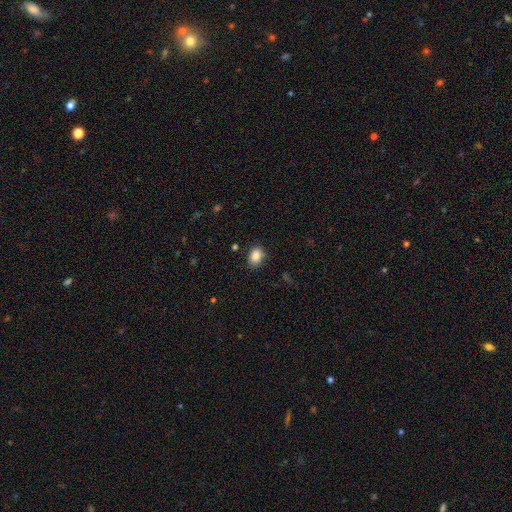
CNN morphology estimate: Smooth or featured?
  - smooth: 87% *
  - star or artifact: 9%
  - featured or disk: 5%
How rounded?
  - in between: 70% *
  - round: 29%
  - cigar-shaped: 1%
Merging?
  - none: 84% *
  - minor disturbance: 12%
  - major disturbance: 3%
  - merger: 2%